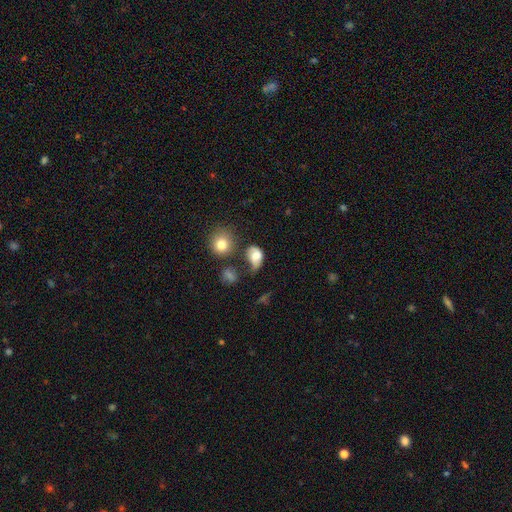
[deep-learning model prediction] smooth_or_featured: smooth (p=0.73) [alt: featured or disk p=0.17]
how_rounded: in between (p=0.72) [alt: round p=0.27]
merging: minor disturbance (p=0.31) [alt: major disturbance p=0.28]